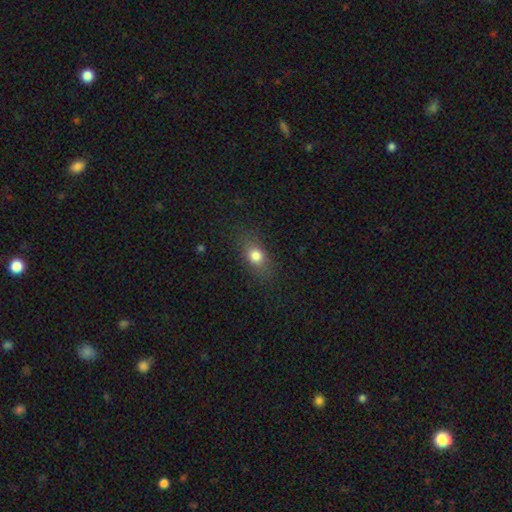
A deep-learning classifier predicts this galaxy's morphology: Overall: smooth (77%). How rounded: in between (63%; round 29%). Merging: none (80%).